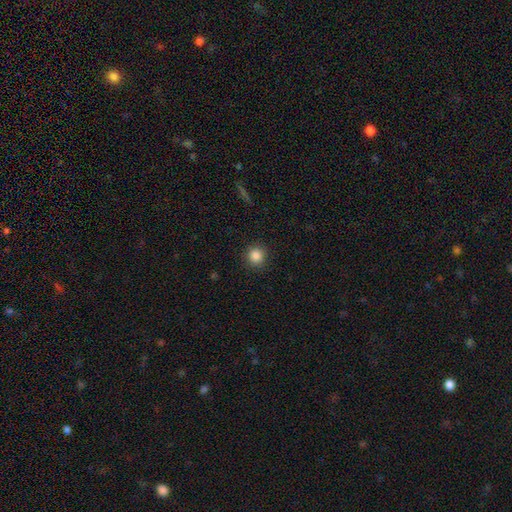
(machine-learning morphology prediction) Overall: smooth (85%). How rounded: round (92%). Merging: none (91%).